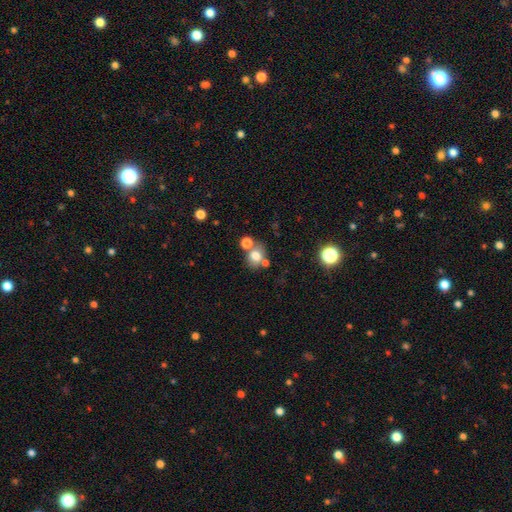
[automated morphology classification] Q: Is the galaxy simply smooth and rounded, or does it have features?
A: smooth — 75%.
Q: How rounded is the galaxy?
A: round — 66%.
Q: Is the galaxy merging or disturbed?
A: none — 58%.